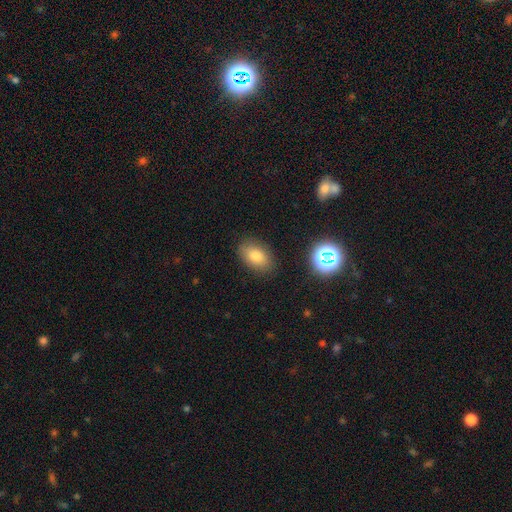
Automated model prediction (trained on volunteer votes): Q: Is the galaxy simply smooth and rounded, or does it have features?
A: smooth — 76%.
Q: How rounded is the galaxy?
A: in between — 87%.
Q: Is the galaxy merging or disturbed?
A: none — 86%.